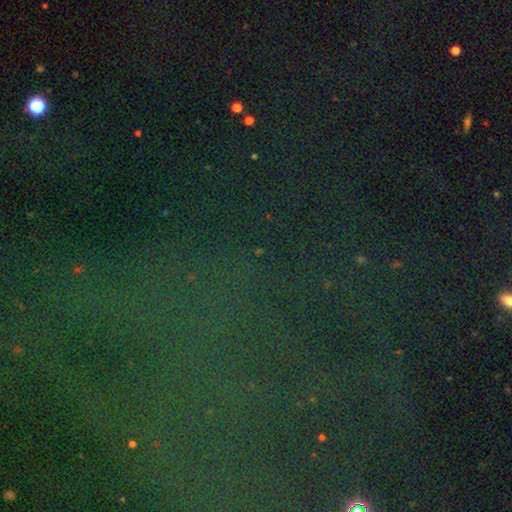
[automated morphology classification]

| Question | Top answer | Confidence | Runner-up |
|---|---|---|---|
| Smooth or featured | star or artifact | 82% | smooth (9%) |